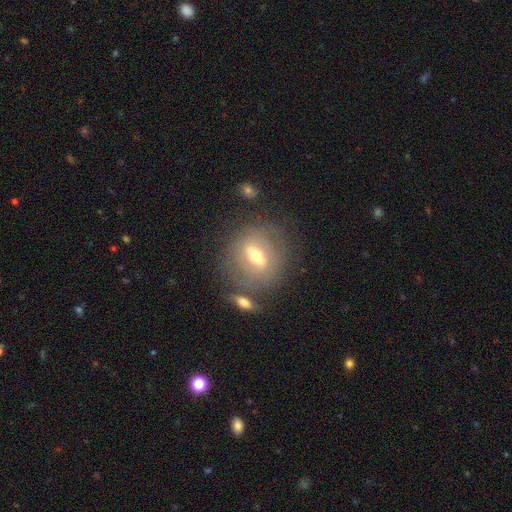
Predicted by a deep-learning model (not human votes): Morphology: type=featured or disk (55%); edge-on=no (79%); merging=none (71%).